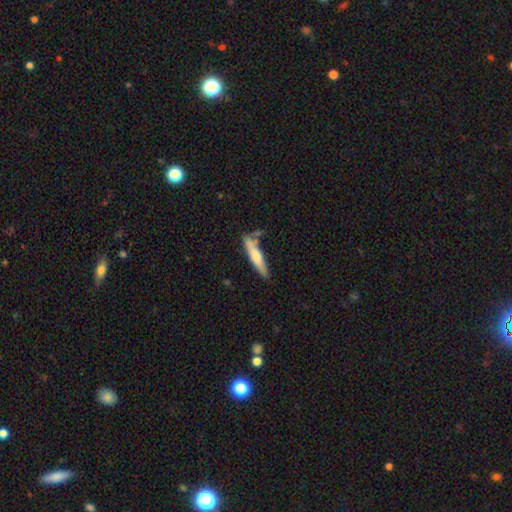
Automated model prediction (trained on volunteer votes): Smooth or featured? smooth (59%)
How rounded? cigar-shaped (85%)
Merging? none (67%)